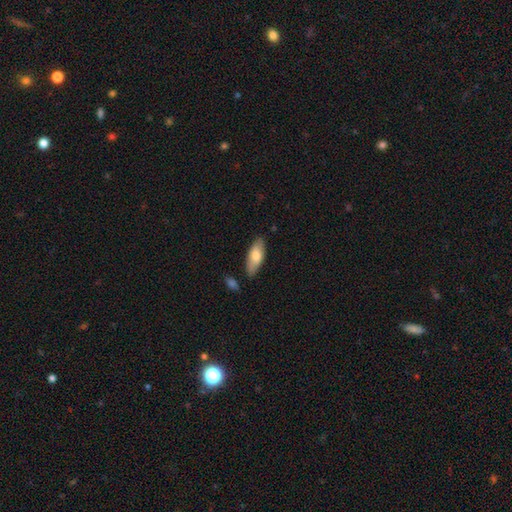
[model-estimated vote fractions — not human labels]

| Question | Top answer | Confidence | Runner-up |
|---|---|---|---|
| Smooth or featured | smooth | 73% | featured or disk (22%) |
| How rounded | in between | 78% | cigar-shaped (19%) |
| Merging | none | 82% | minor disturbance (13%) |